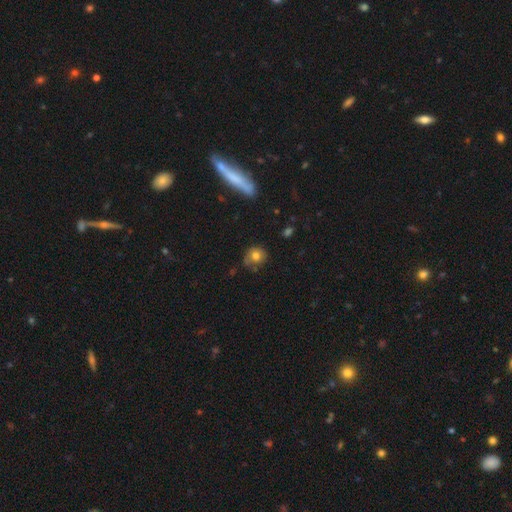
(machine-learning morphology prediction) smooth_or_featured: smooth (p=0.75) [alt: featured or disk p=0.14]
how_rounded: round (p=0.79) [alt: in between p=0.20]
merging: none (p=0.62) [alt: minor disturbance p=0.25]